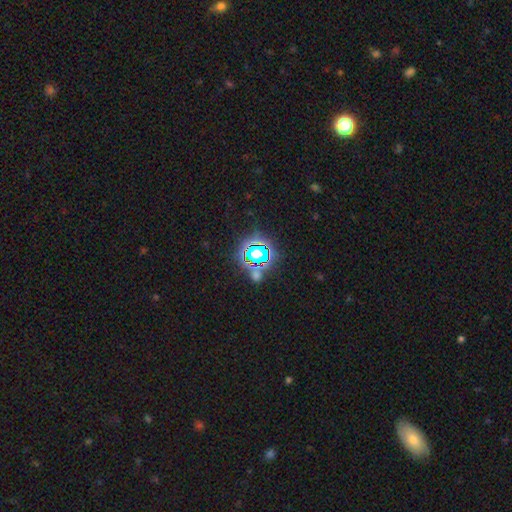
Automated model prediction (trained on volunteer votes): The model was most divided on "smooth or featured": star or artifact: 77%, smooth: 15%, featured or disk: 9%.